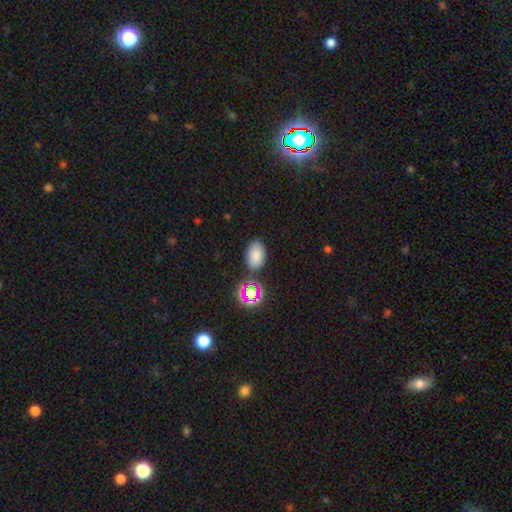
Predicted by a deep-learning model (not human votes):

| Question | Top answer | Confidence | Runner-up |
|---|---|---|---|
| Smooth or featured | smooth | 79% | star or artifact (15%) |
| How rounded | in between | 85% | round (14%) |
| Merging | none | 79% | minor disturbance (12%) |